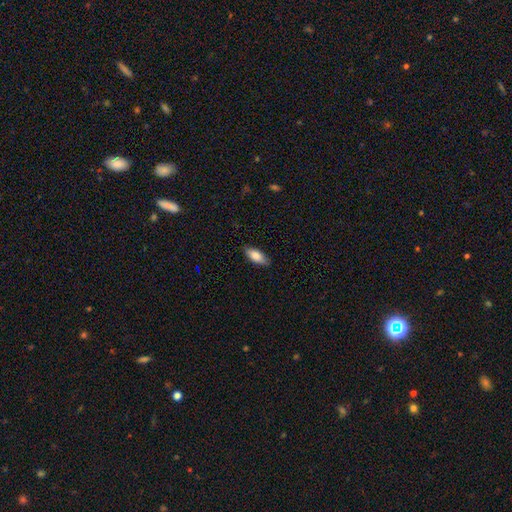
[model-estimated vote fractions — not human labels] Overall: smooth (82%). How rounded: in between (79%). Merging: none (86%).